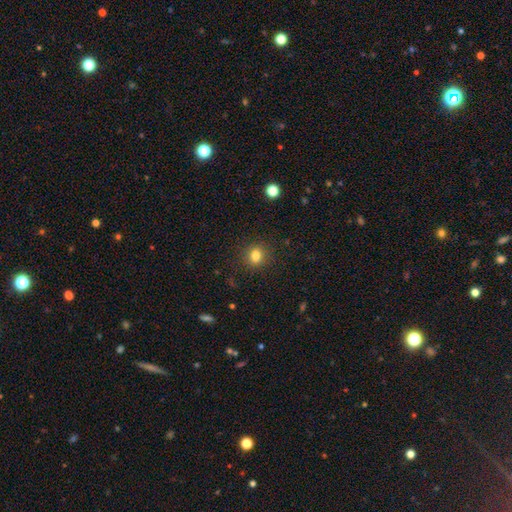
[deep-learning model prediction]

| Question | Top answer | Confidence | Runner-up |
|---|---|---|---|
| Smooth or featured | smooth | 81% | star or artifact (12%) |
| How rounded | round | 67% | in between (32%) |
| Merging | none | 88% | minor disturbance (8%) |